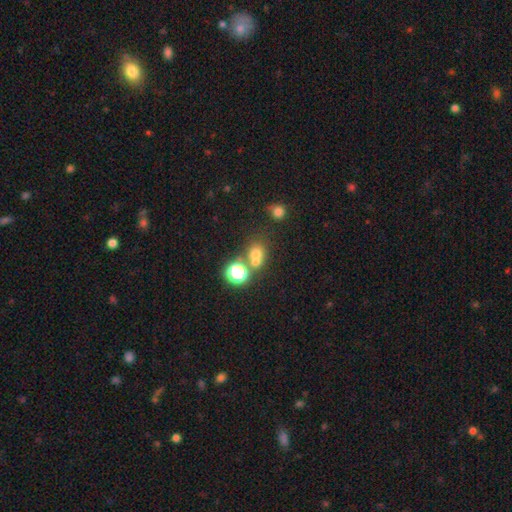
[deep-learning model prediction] The model was most divided on "smooth or featured": smooth: 55%, star or artifact: 35%, featured or disk: 10%. More confident: how rounded — round (72%); merging — none (59%).